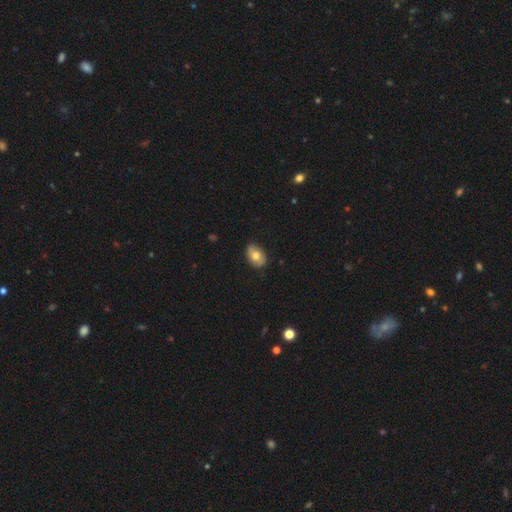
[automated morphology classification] Q: Smooth or featured?
A: smooth (71%); runner-up: featured or disk (22%)
Q: How rounded?
A: in between (85%); runner-up: round (14%)
Q: Merging?
A: none (82%); runner-up: minor disturbance (15%)